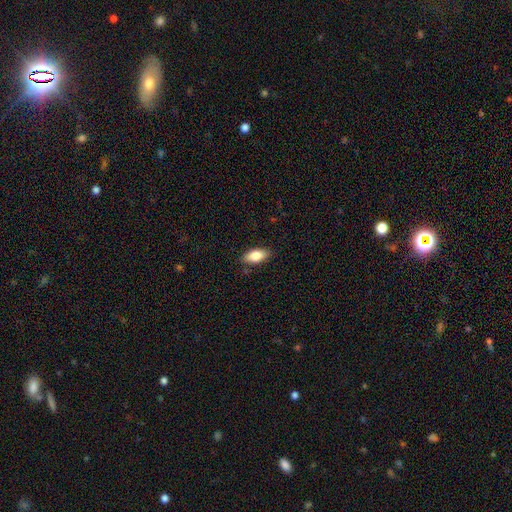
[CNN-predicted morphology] Smooth or featured?
  - smooth: 80% *
  - featured or disk: 13%
  - star or artifact: 7%
How rounded?
  - in between: 87% *
  - cigar-shaped: 9%
  - round: 3%
Merging?
  - none: 85% *
  - minor disturbance: 12%
  - major disturbance: 2%
  - merger: 1%